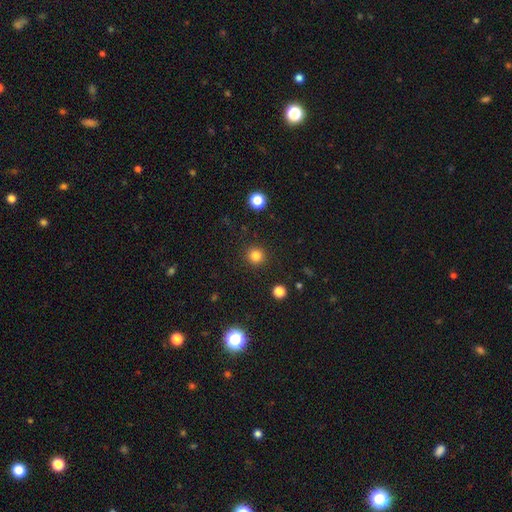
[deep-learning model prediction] Smooth or featured?
  - smooth: 82% *
  - star or artifact: 13%
  - featured or disk: 4%
How rounded?
  - round: 95% *
  - in between: 4%
  - cigar-shaped: 1%
Merging?
  - none: 91% *
  - minor disturbance: 5%
  - major disturbance: 2%
  - merger: 1%